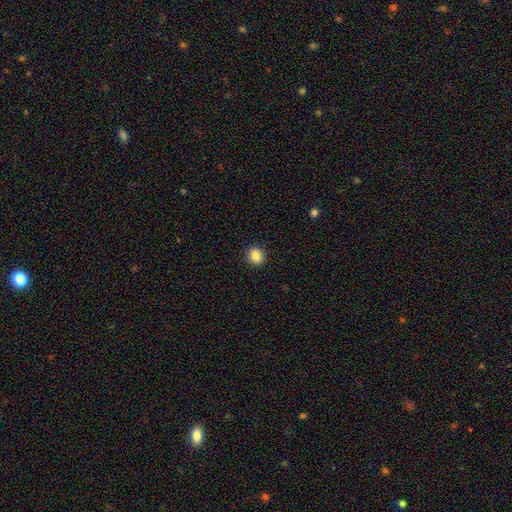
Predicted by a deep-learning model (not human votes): Smooth or featured?
  - smooth: 86% *
  - star or artifact: 9%
  - featured or disk: 4%
How rounded?
  - round: 86% *
  - in between: 13%
  - cigar-shaped: 1%
Merging?
  - none: 92% *
  - minor disturbance: 5%
  - major disturbance: 2%
  - merger: 1%